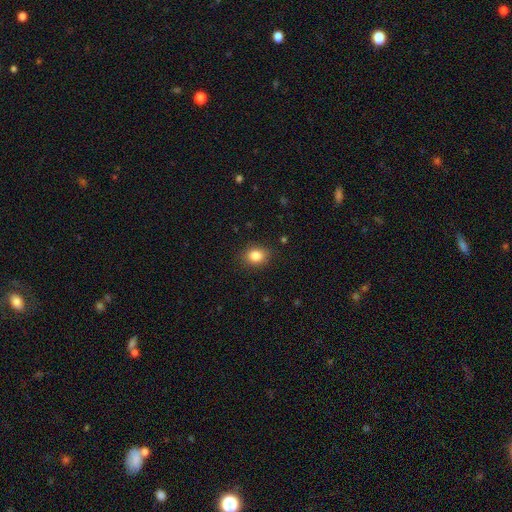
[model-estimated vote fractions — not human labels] smooth-or-featured: smooth: 84% | star or artifact: 10% | featured or disk: 6%
  how-rounded: in between: 52% | round: 47% | cigar-shaped: 1%
  merging: none: 86% | minor disturbance: 10% | major disturbance: 3% | merger: 1%